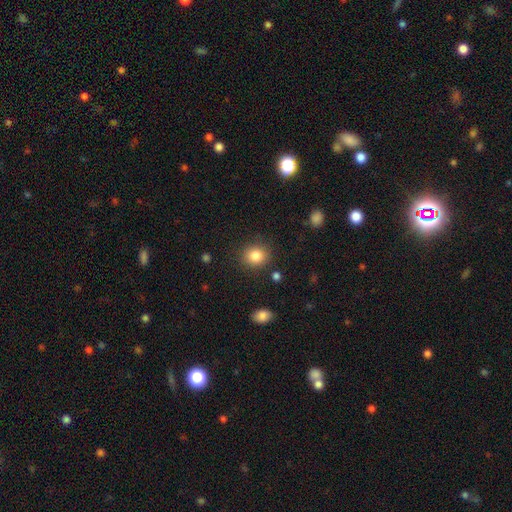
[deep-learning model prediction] Q: Smooth or featured?
A: smooth (84%); runner-up: star or artifact (10%)
Q: How rounded?
A: round (76%); runner-up: in between (24%)
Q: Merging?
A: none (86%); runner-up: minor disturbance (9%)